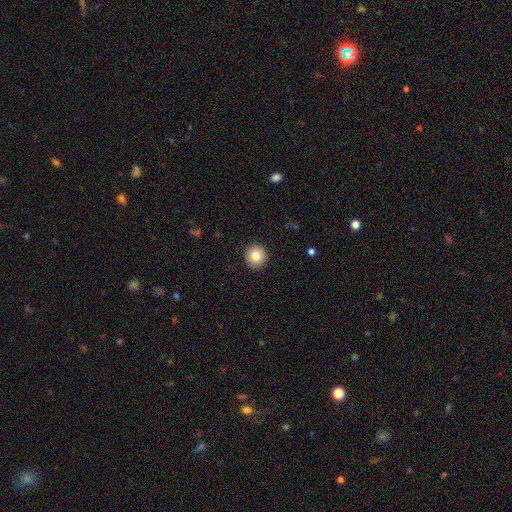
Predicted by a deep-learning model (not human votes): The model was most divided on "smooth or featured": smooth: 85%, star or artifact: 9%, featured or disk: 7%. More confident: how rounded — round (92%); merging — none (92%).